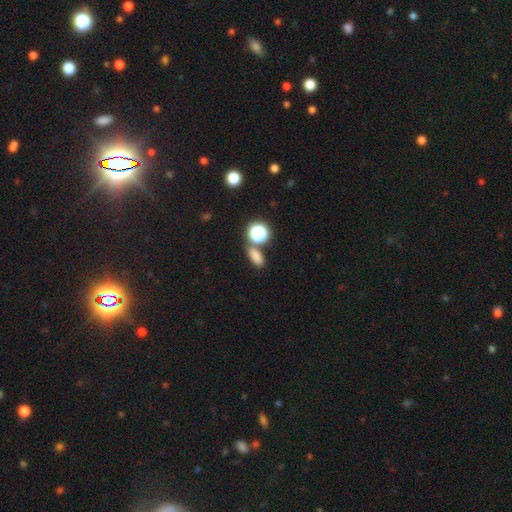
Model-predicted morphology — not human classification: This appears to be a smooth galaxy with no disk features (76%) that is in between round and cigar-shaped (72%). Merging: none (70%).